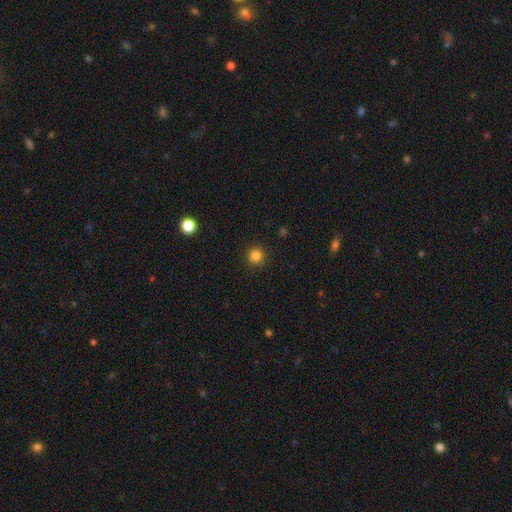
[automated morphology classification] Smooth or featured: smooth — 84% (star or artifact — 13%)
How rounded: round — 95% (in between — 4%)
Merging: none — 92% (minor disturbance — 5%)